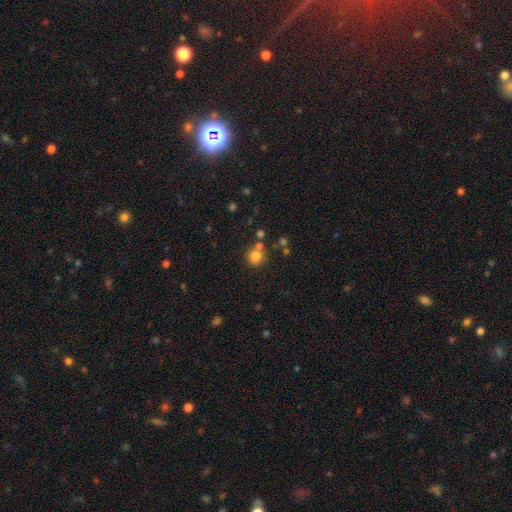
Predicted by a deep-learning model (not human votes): A smooth galaxy with no disk features (77%) that is round (85%). Merging: none (66%).